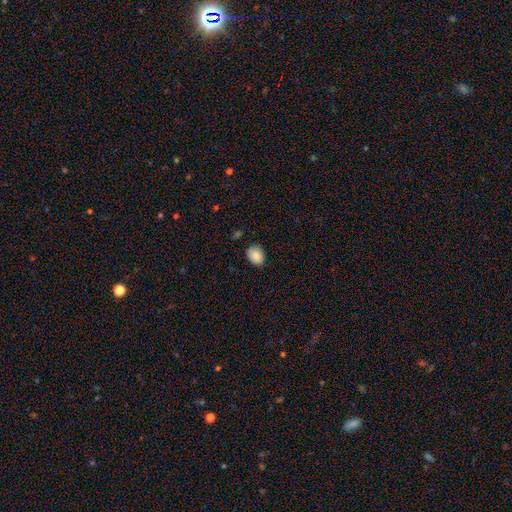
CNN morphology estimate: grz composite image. It shows a smooth galaxy with no disk features (87%) that is in between round and cigar-shaped (59%). Merging: none (83%).